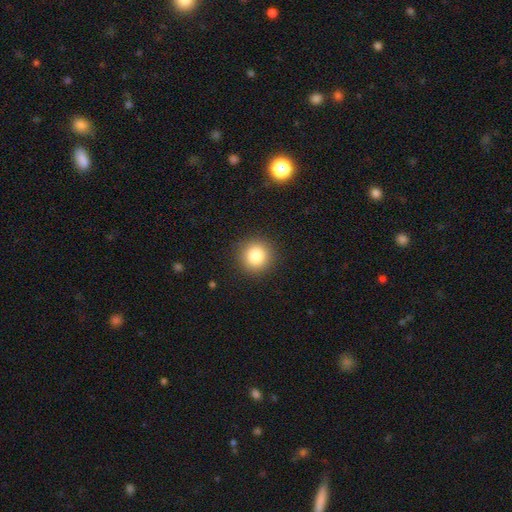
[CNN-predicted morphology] Smooth or featured? smooth (84%)
How rounded? round (93%)
Merging? none (90%)